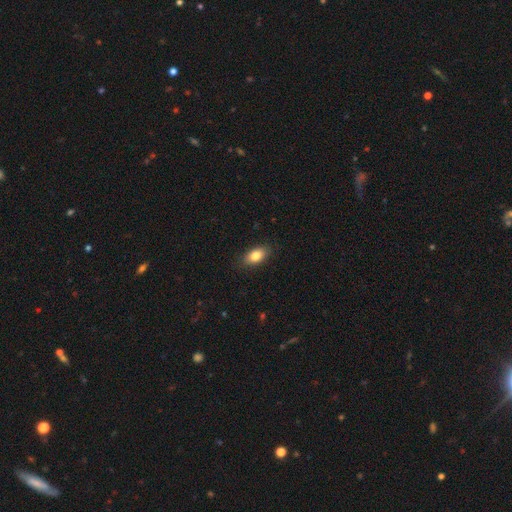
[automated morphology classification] Q: Smooth or featured?
A: smooth (83%); runner-up: featured or disk (10%)
Q: How rounded?
A: in between (89%); runner-up: round (6%)
Q: Merging?
A: none (87%); runner-up: minor disturbance (10%)